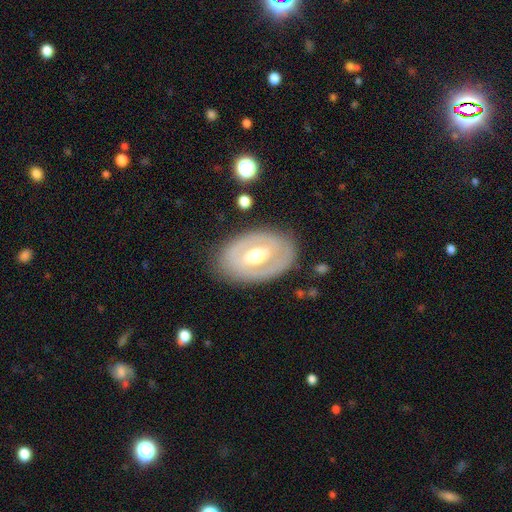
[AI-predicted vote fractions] A featured or disk galaxy (65%) with no bar (40%), no spiral arms (75%) and a moderate central bulge (70%). Merging: none (80%).